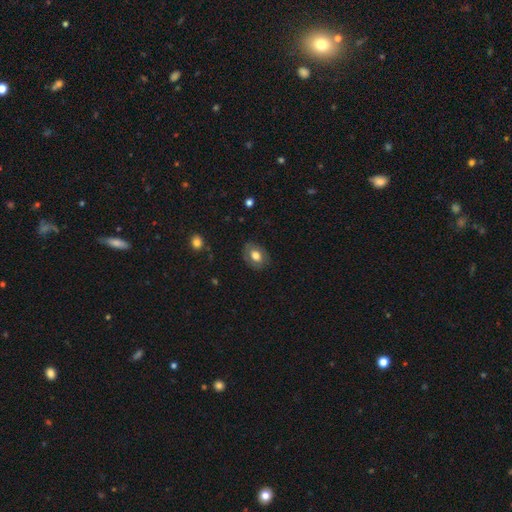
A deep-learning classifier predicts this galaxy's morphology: type=smooth (65%); roundness=in between (70%); merging=none (80%).